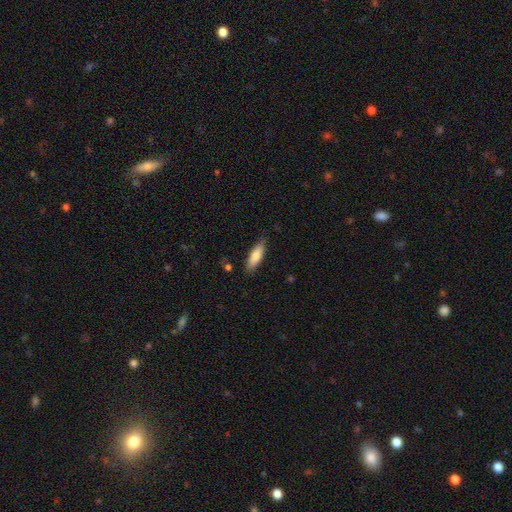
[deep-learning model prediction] Morphology: type=smooth (75%); roundness=in between (51%); merging=none (83%).